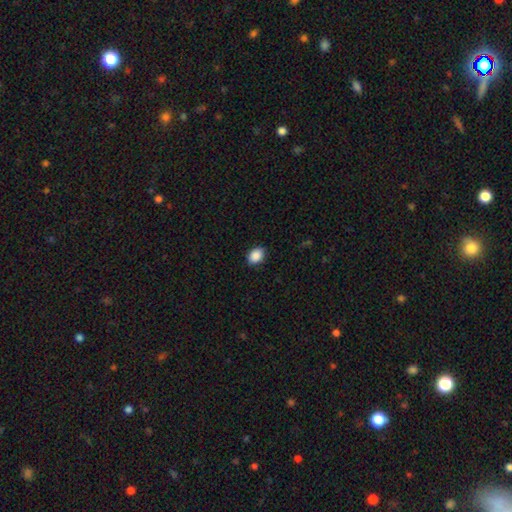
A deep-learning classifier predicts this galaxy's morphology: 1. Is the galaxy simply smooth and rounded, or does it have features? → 89% smooth, 8% star or artifact, 3% featured or disk.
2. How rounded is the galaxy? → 74% in between, 25% round, 1% cigar-shaped.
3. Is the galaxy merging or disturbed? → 87% none, 10% minor disturbance, 2% major disturbance, 1% merger.